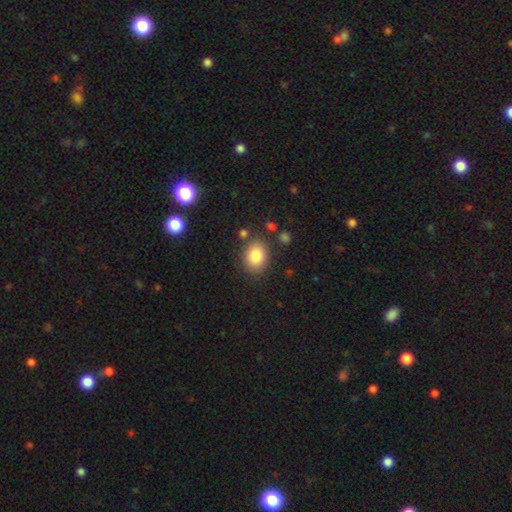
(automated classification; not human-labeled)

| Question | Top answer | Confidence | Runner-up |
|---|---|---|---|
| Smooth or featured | smooth | 84% | star or artifact (9%) |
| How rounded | in between | 55% | round (44%) |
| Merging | none | 80% | minor disturbance (12%) |